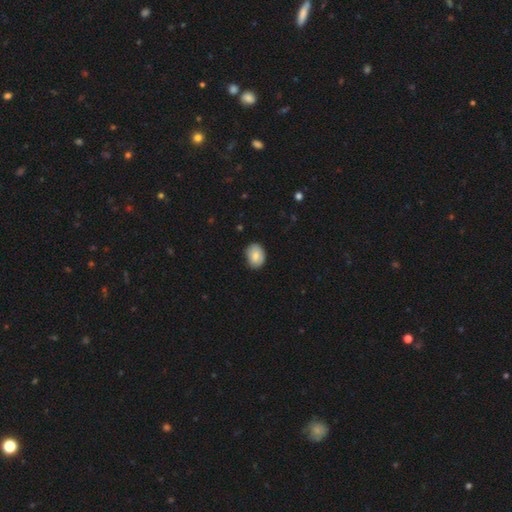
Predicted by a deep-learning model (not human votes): Smooth or featured: smooth — 80% (featured or disk — 13%)
How rounded: in between — 65% (round — 34%)
Merging: none — 81% (minor disturbance — 16%)